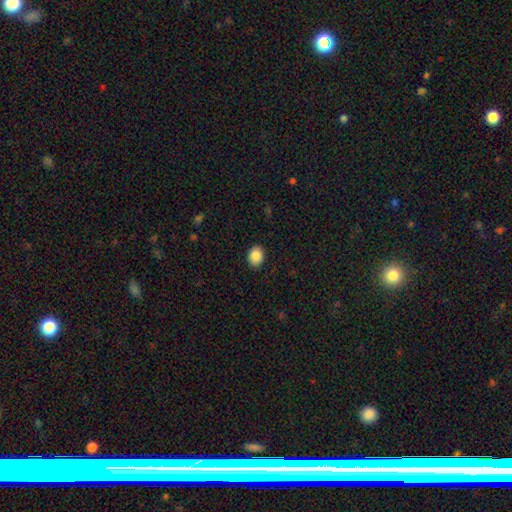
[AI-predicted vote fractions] smooth_or_featured: smooth (p=0.88) [alt: star or artifact p=0.08]
how_rounded: in between (p=0.62) [alt: round p=0.37]
merging: none (p=0.90) [alt: minor disturbance p=0.07]